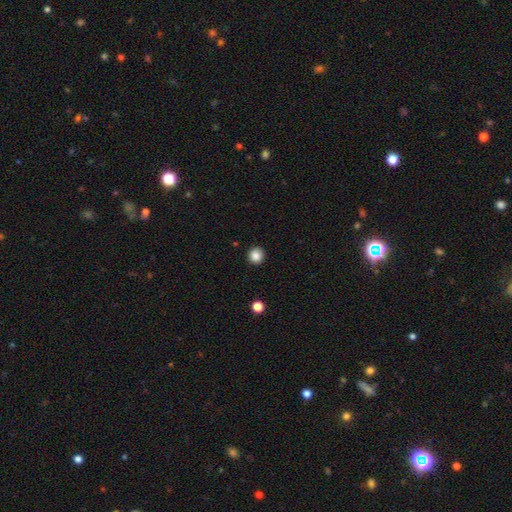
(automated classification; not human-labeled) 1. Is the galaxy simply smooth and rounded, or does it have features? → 86% smooth, 10% star or artifact, 3% featured or disk.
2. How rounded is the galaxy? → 93% round, 6% in between, 1% cigar-shaped.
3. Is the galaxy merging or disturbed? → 92% none, 5% minor disturbance, 2% major disturbance, 1% merger.